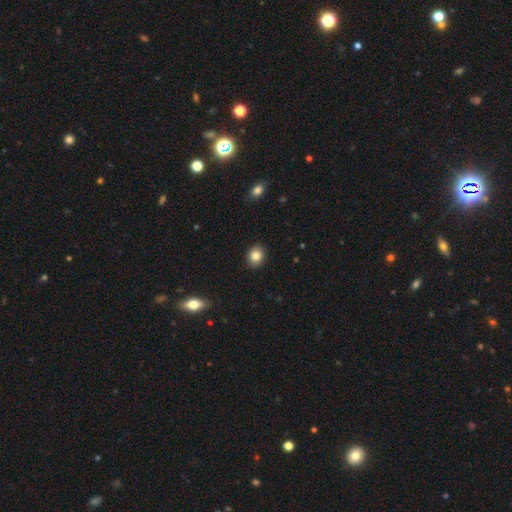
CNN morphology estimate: Overall: smooth (83%). How rounded: round (54%; in between 45%). Merging: none (89%).